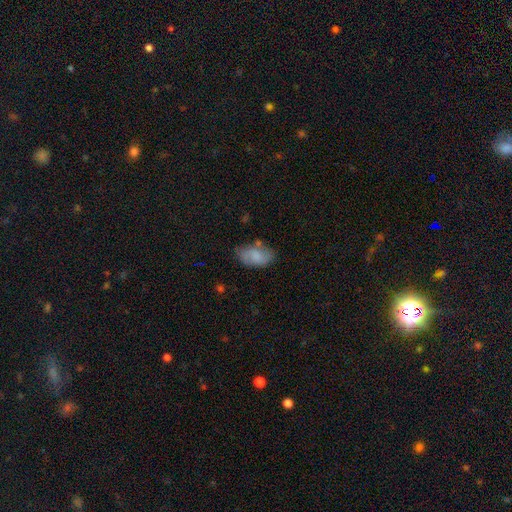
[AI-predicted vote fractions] A smooth galaxy with no disk features (70%) that is in between round and cigar-shaped (92%).

Vote fractions:
- Smooth or featured? smooth: 70% / featured or disk: 23% / star or artifact: 7%
- How rounded? in between: 92% / round: 6% / cigar-shaped: 2%
- Merging? none: 61% / minor disturbance: 26% / major disturbance: 8% / merger: 6%